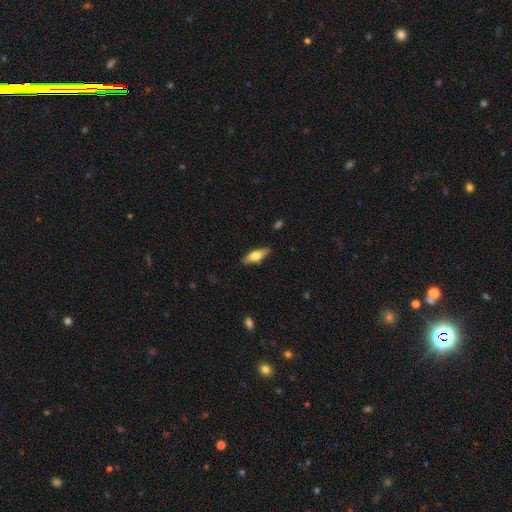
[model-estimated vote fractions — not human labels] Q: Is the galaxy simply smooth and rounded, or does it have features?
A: smooth — 62%.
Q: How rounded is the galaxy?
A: in between — 57%.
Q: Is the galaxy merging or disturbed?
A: none — 86%.